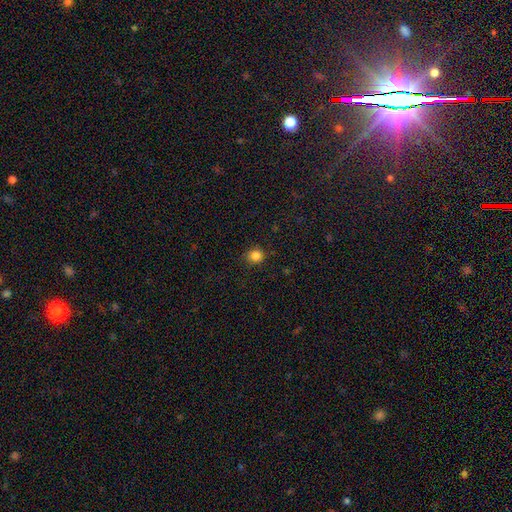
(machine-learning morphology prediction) Smooth or featured? smooth (84%)
How rounded? round (85%)
Merging? none (87%)